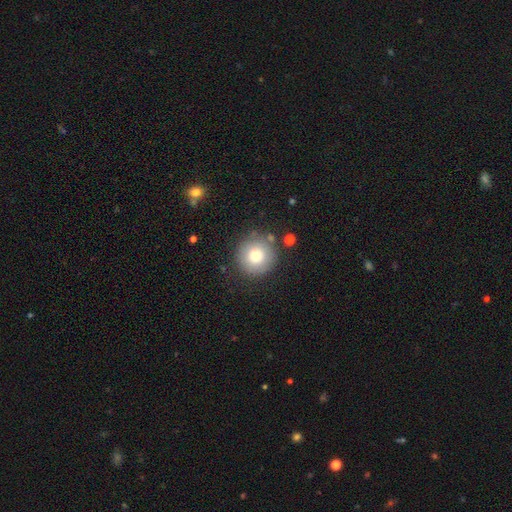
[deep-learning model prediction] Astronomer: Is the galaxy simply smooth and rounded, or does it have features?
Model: smooth — 78%.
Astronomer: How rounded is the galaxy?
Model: round — 95%.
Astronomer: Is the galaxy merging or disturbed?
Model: none — 84%.